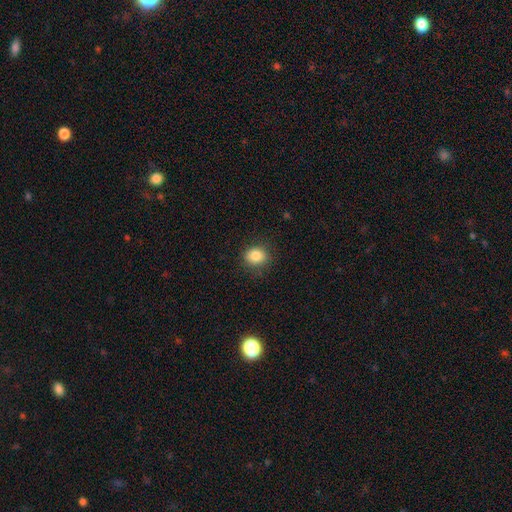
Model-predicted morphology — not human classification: Smooth or featured? smooth (84%)
How rounded? round (69%)
Merging? none (83%)